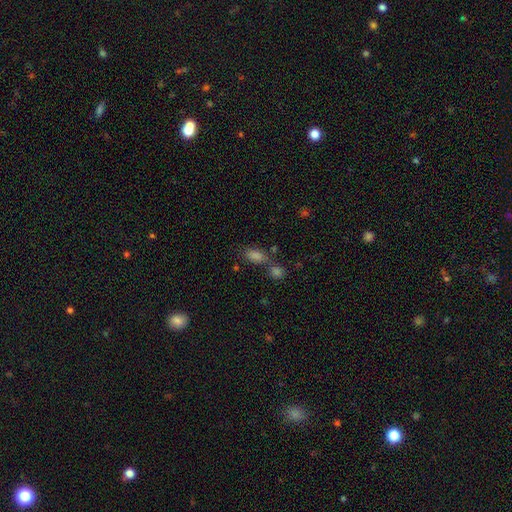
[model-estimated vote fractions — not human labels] smooth 72%, star or artifact 19%, featured or disk 8%. Down the decision tree: how rounded — in between (81%); merging — none (52%).